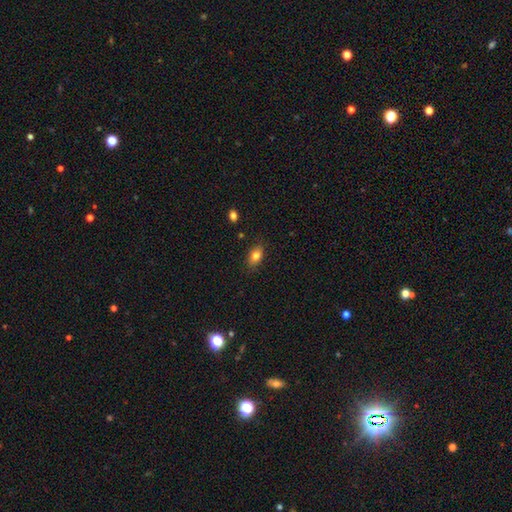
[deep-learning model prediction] Smooth or featured? smooth (81%)
How rounded? in between (85%)
Merging? none (84%)